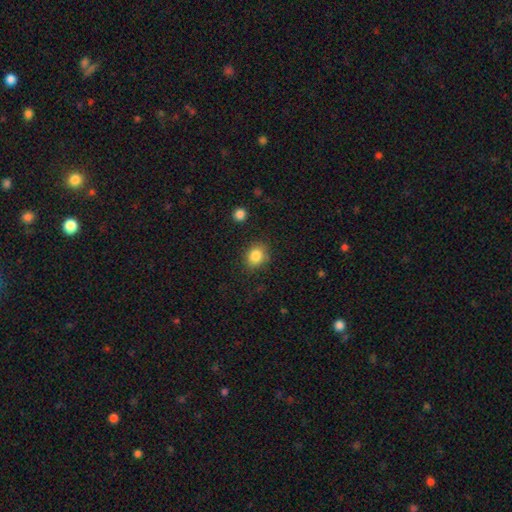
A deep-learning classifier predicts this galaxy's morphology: Overall: smooth (85%). How rounded: round (62%; in between 37%). Merging: none (82%).